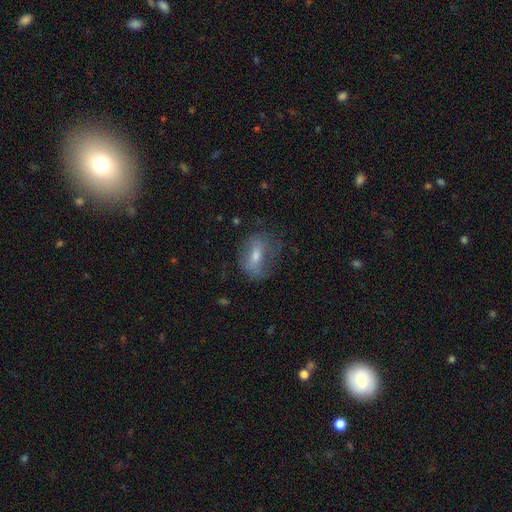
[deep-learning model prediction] This is possibly a smooth galaxy (53%). How rounded: likely in between (72%). Merging: possibly none (59%).